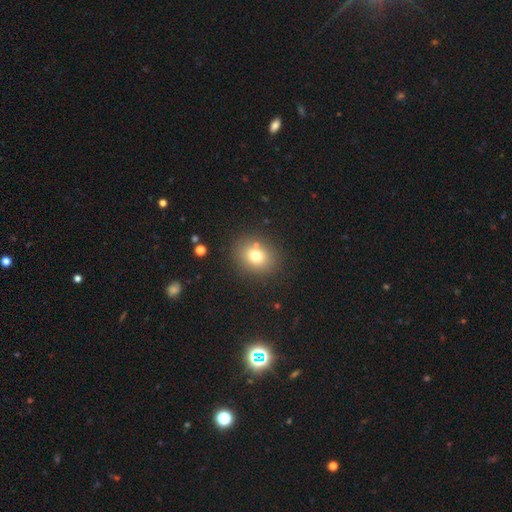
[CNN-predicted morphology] This appears to be a smooth galaxy with no disk features (75%) that is round (60%). Merging: none (80%).